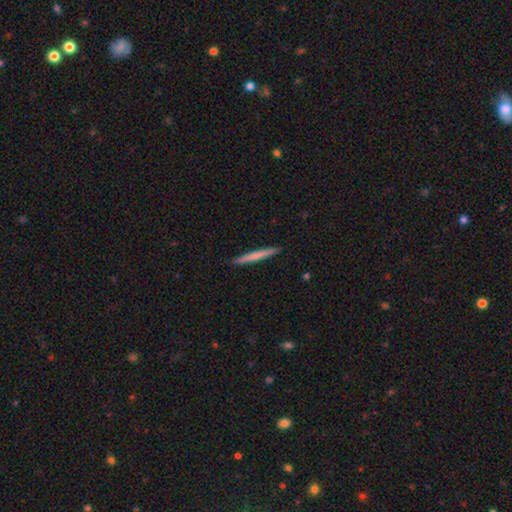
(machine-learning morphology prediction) This appears to be a smooth galaxy with no disk features (66%) that is cigar-shaped (97%). Merging: none (92%).